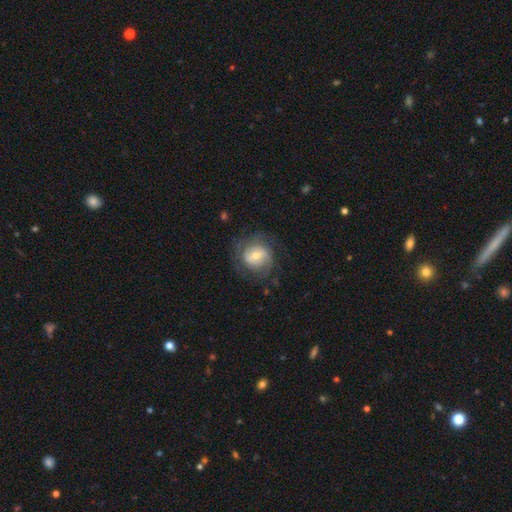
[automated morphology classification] This is likely a featured or disk galaxy (65%). It is clearly not viewed edge-on (97%). Bar: possibly weak (47%). Spiral arm pattern: clearly yes (84%). Spiral arm count: possibly 2 (47%). Spiral winding: marginally tight (41%). Central bulge: possibly moderate (51%). Merging: likely none (69%).